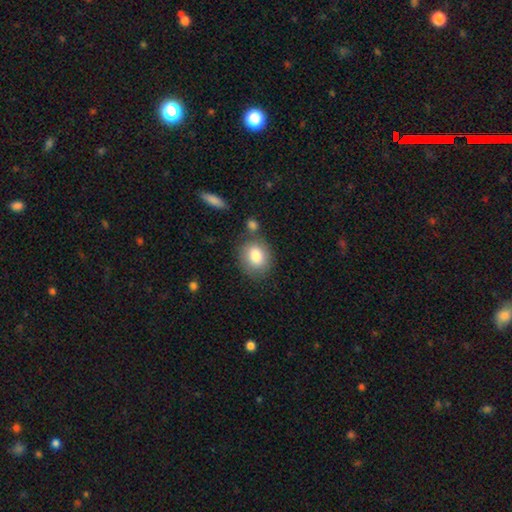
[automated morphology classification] The model was most divided on "how rounded": round: 54%, in between: 45%, cigar-shaped: 1%. More confident: smooth or featured — smooth (84%); merging — none (70%).